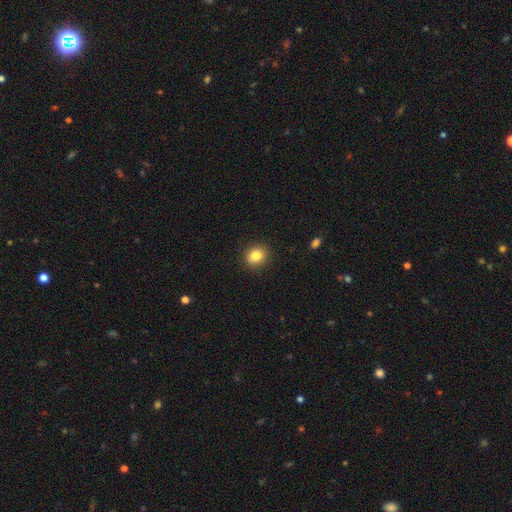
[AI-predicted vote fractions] Morphology: type=smooth (84%); roundness=round (68%); merging=none (91%).